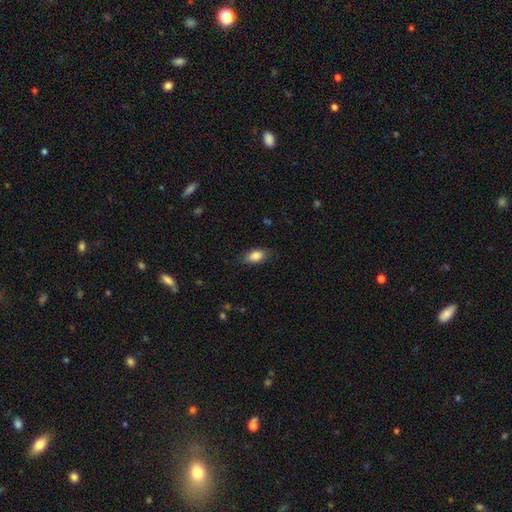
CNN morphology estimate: A smooth galaxy with no disk features (84%) that is in between round and cigar-shaped (87%).

Vote fractions:
- Smooth or featured? smooth: 84% / featured or disk: 9% / star or artifact: 8%
- How rounded? in between: 87% / round: 9% / cigar-shaped: 4%
- Merging? none: 79% / minor disturbance: 16% / major disturbance: 4% / merger: 1%